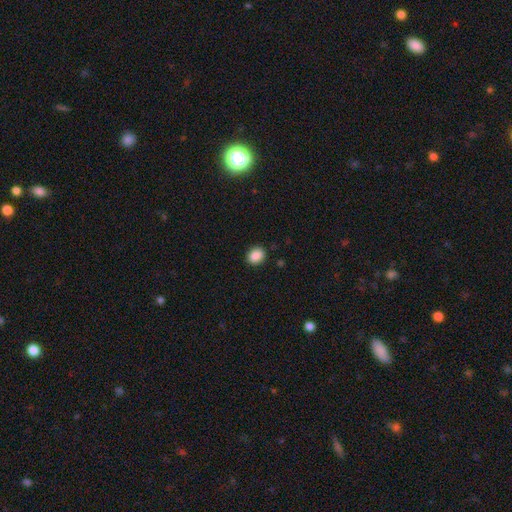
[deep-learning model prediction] smooth 88%, star or artifact 9%, featured or disk 3%. Down the decision tree: how rounded — round (60%); merging — none (90%).